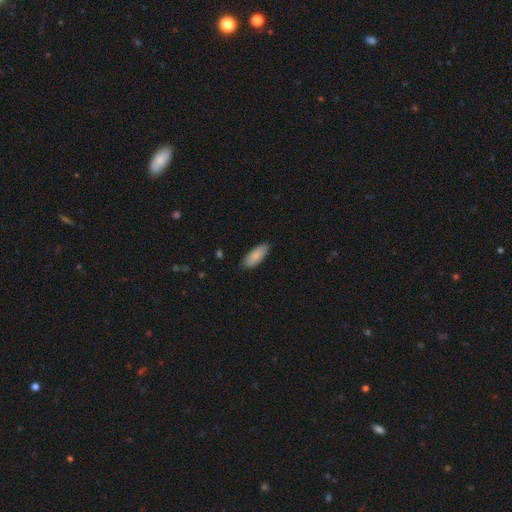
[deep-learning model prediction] Smooth or featured: smooth — 86% (featured or disk — 9%)
How rounded: in between — 79% (cigar-shaped — 20%)
Merging: none — 84% (minor disturbance — 13%)